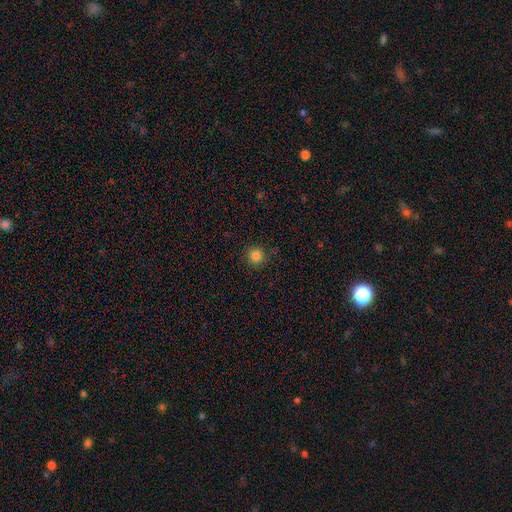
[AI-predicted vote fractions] Morphology: type=smooth (84%); roundness=round (93%); merging=none (88%).